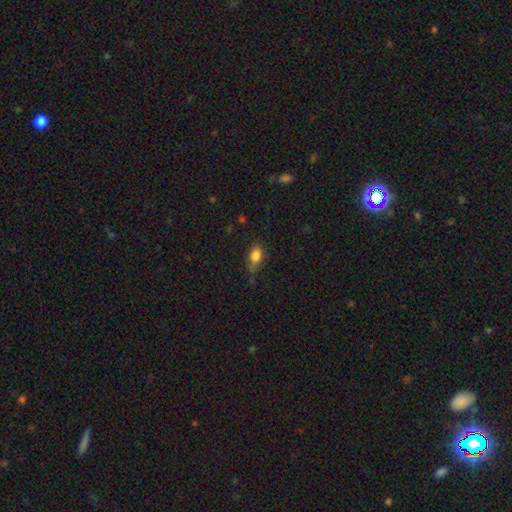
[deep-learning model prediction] Overall: smooth (83%). How rounded: in between (80%). Merging: none (61%; minor disturbance 28%).